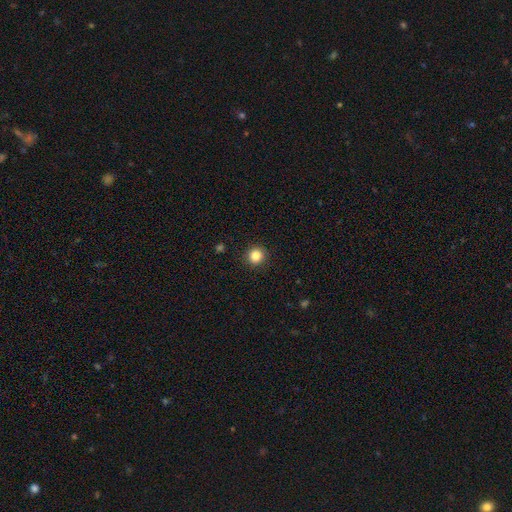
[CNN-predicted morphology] A smooth galaxy with no disk features (85%) that is round (93%). Merging: none (92%).